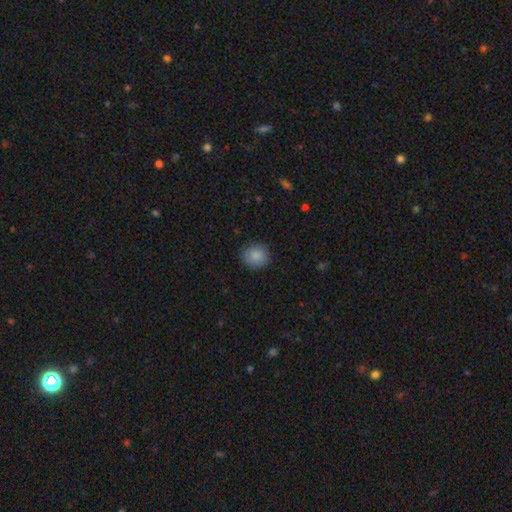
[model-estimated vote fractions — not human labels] This appears to be a smooth galaxy with no disk features (88%) that is round (83%). Merging: none (86%).